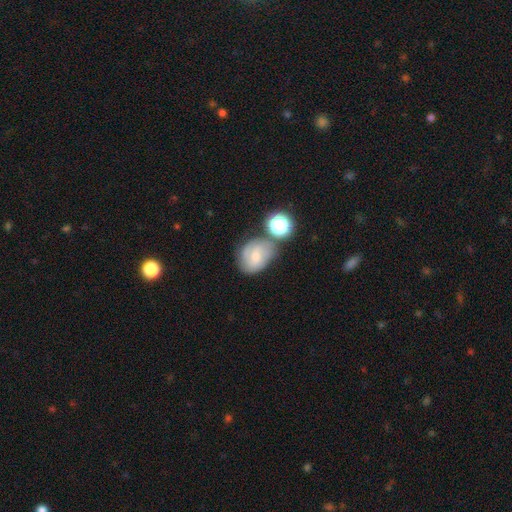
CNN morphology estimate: Smooth or featured?
  - featured or disk: 55% *
  - smooth: 33%
  - star or artifact: 12%
Edge-on disk?
  - no: 97% *
  - yes: 3%
Bar?
  - no: 52% *
  - weak: 41%
  - strong: 7%
Spiral arms?
  - yes: 86% *
  - no: 14%
Bulge size?
  - small: 55% *
  - moderate: 35%
  - none: 6%
  - large: 3%
  - dominant: 1%
Merging?
  - none: 54% *
  - minor disturbance: 21%
  - merger: 16%
  - major disturbance: 9%